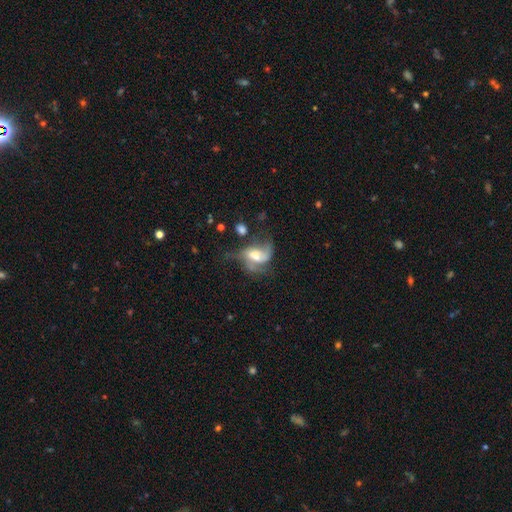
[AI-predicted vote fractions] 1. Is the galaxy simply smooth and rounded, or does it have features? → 65% featured or disk, 26% smooth, 9% star or artifact.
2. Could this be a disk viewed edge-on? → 96% no, 4% yes.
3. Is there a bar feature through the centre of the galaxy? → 43% weak, 42% no, 15% strong.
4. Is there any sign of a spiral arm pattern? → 77% yes, 23% no.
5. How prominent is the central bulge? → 50% moderate, 20% large, 18% small, 9% none, 2% dominant.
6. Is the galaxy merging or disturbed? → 41% major disturbance, 27% none, 20% minor disturbance, 12% merger.